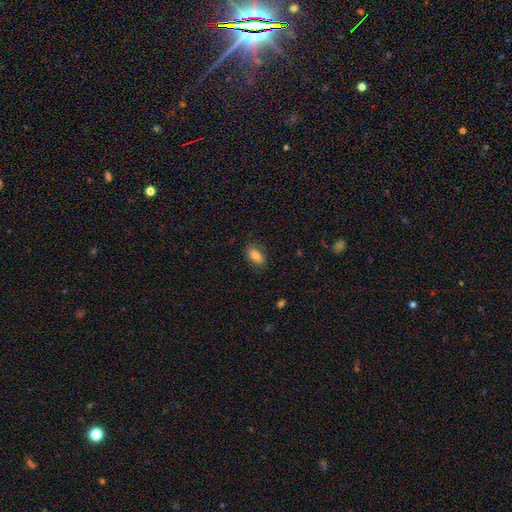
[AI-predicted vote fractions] A smooth galaxy with no disk features (79%) that is in between round and cigar-shaped (88%). Merging: none (83%).